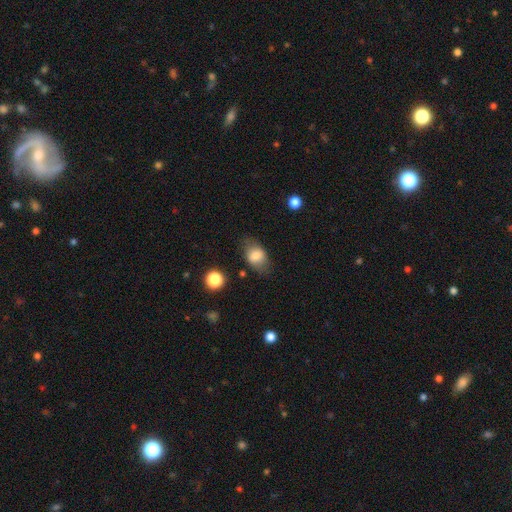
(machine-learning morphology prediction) Q: Smooth or featured?
A: smooth (76%); runner-up: featured or disk (16%)
Q: How rounded?
A: in between (76%); runner-up: round (22%)
Q: Merging?
A: none (70%); runner-up: minor disturbance (20%)